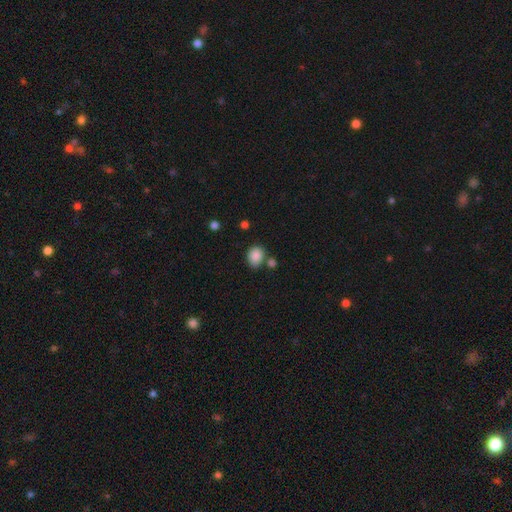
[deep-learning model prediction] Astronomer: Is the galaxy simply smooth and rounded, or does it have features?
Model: smooth — 87%.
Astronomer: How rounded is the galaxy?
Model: round — 50% (runner-up: in between, 49%).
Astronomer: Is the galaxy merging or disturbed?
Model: none — 67%.